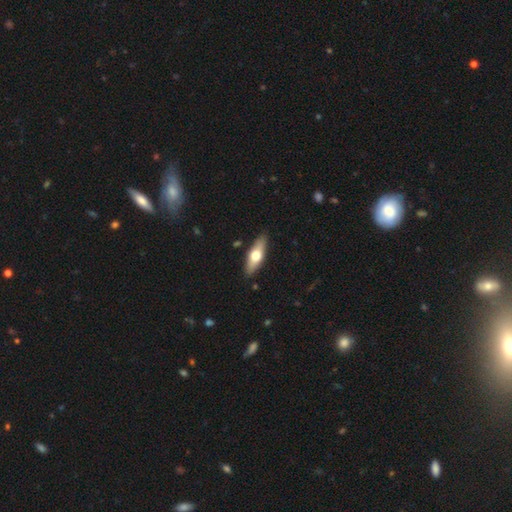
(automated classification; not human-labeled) Smooth or featured: smooth — 54% (featured or disk — 41%)
How rounded: in between — 55% (cigar-shaped — 42%)
Merging: none — 88% (minor disturbance — 9%)